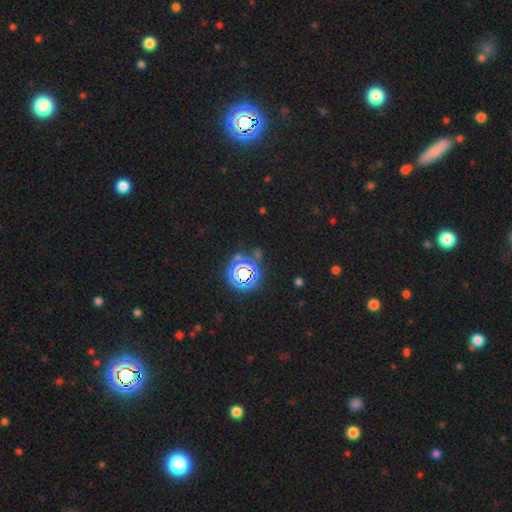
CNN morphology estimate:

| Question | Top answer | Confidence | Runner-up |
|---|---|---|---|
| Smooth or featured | star or artifact | 73% | smooth (19%) |